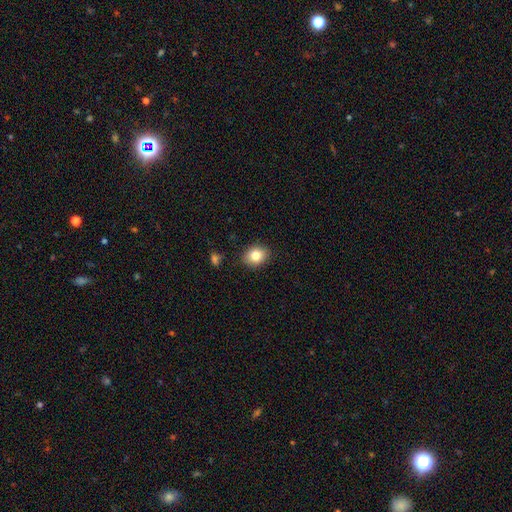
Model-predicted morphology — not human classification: The model was most divided on "how rounded": in between: 52%, round: 47%, cigar-shaped: 1%. More confident: merging — none (87%); smooth or featured — smooth (82%).